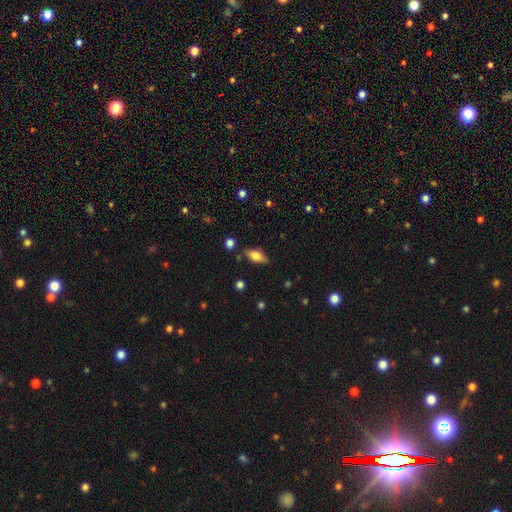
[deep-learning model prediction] A smooth galaxy with no disk features (71%) that is in between round and cigar-shaped (81%).

Vote fractions:
- Smooth or featured? smooth: 71% / featured or disk: 21% / star or artifact: 8%
- How rounded? in between: 81% / cigar-shaped: 15% / round: 3%
- Merging? none: 80% / minor disturbance: 14% / major disturbance: 3% / merger: 3%